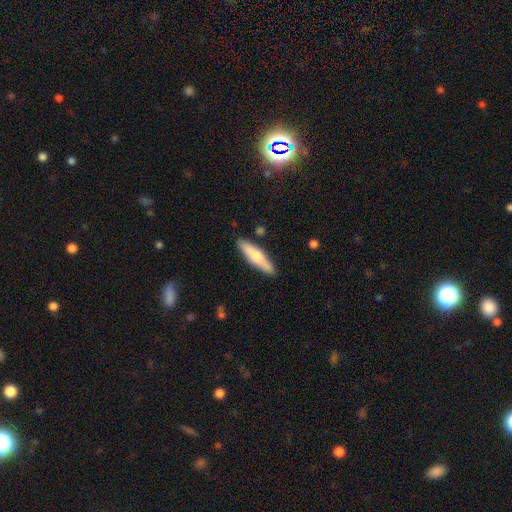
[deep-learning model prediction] The model was most divided on "smooth or featured": smooth: 67%, featured or disk: 27%, star or artifact: 5%. More confident: merging — none (86%); how rounded — cigar-shaped (77%).